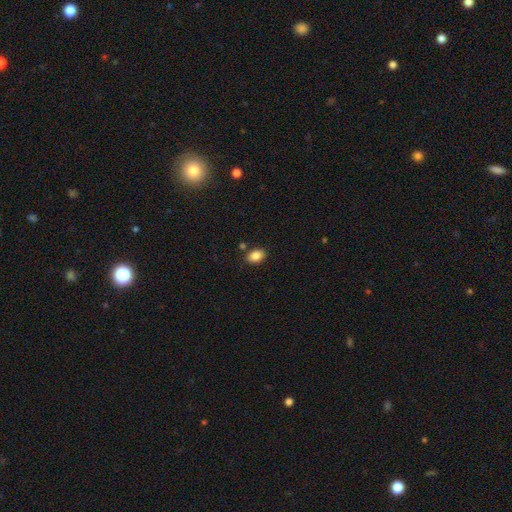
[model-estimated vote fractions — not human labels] Smooth or featured? smooth (87%)
How rounded? in between (85%)
Merging? none (82%)